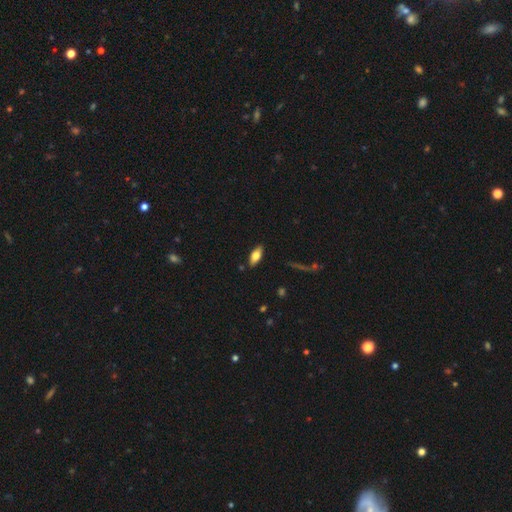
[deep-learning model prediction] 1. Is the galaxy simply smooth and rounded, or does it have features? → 70% smooth, 23% featured or disk, 7% star or artifact.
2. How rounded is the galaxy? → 83% in between, 14% cigar-shaped, 3% round.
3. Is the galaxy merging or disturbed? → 87% none, 10% minor disturbance, 2% major disturbance, 2% merger.